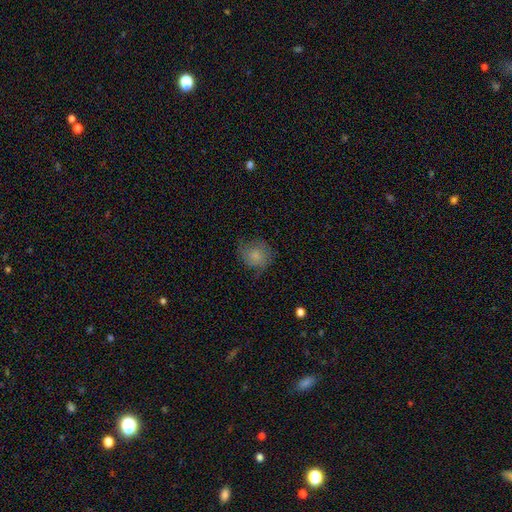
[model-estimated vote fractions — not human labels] Smooth or featured: smooth — 75% (featured or disk — 16%)
How rounded: round — 83% (in between — 16%)
Merging: none — 64% (minor disturbance — 24%)